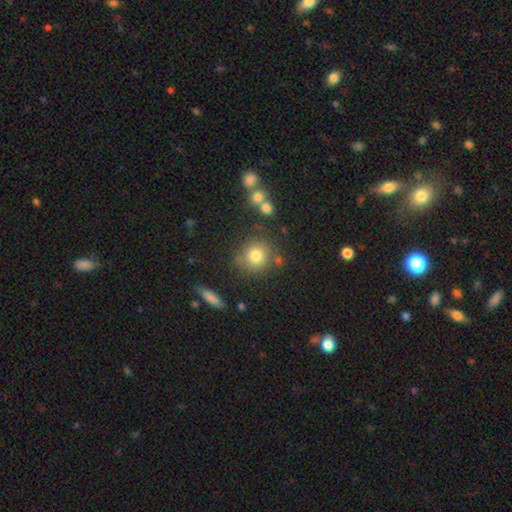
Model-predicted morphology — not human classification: This appears to be a smooth galaxy with no disk features (79%) that is round (86%). Merging: none (76%).